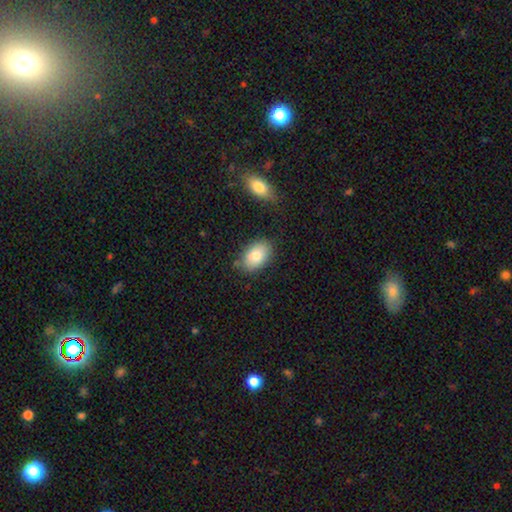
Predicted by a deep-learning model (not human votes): A smooth galaxy with no disk features (85%) that is in between round and cigar-shaped (90%). Merging: none (77%).